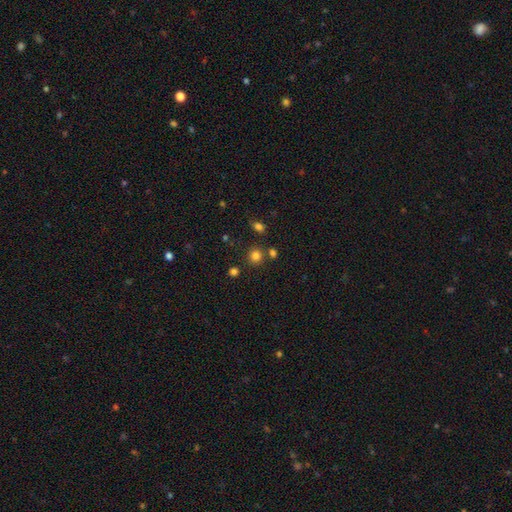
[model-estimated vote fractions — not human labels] Smooth or featured? Predicted: smooth (p=0.80). How rounded? Predicted: round (p=0.88). Merging? Predicted: none (p=0.80).